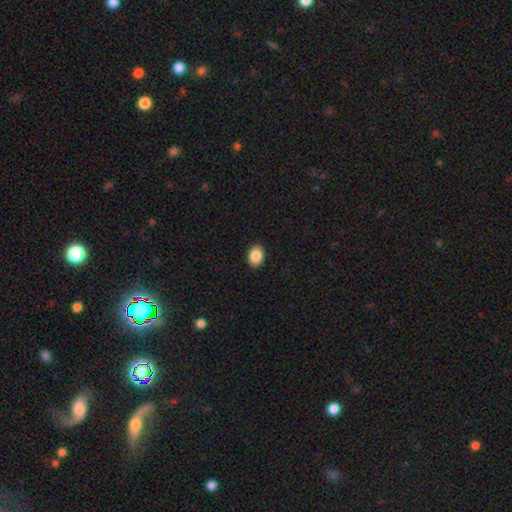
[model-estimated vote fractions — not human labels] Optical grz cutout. It shows a smooth galaxy with no disk features (89%) that is in between round and cigar-shaped (79%). Merging: none (91%).